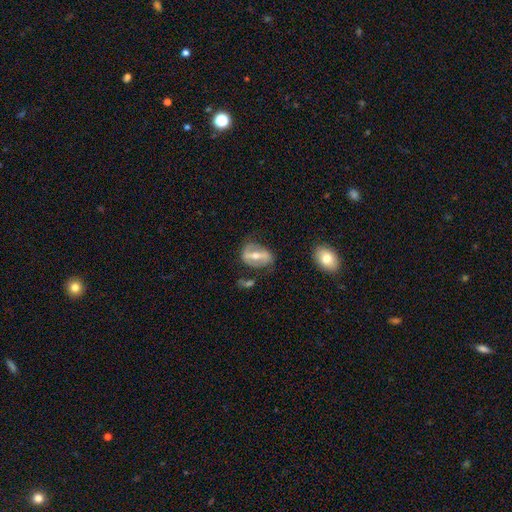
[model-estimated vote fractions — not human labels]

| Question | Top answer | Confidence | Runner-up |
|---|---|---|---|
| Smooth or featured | featured or disk | 68% | smooth (24%) |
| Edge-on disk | no | 90% | yes (10%) |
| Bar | strong | 62% | weak (25%) |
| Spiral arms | yes | 57% | no (43%) |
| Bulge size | moderate | 62% | small (33%) |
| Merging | none | 61% | minor disturbance (22%) |